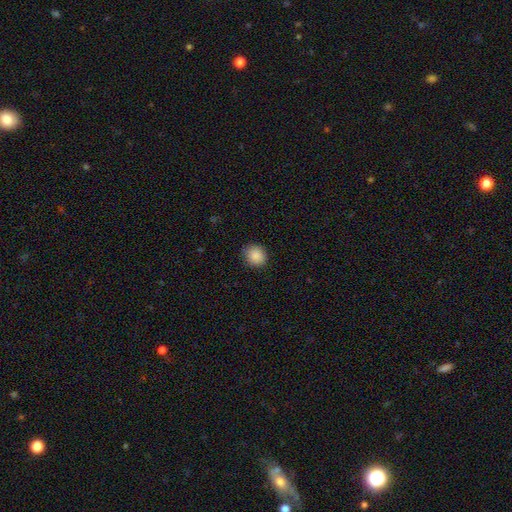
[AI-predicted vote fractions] Smooth or featured? Predicted: smooth (p=0.89). How rounded? Predicted: round (p=0.78). Merging? Predicted: none (p=0.86).